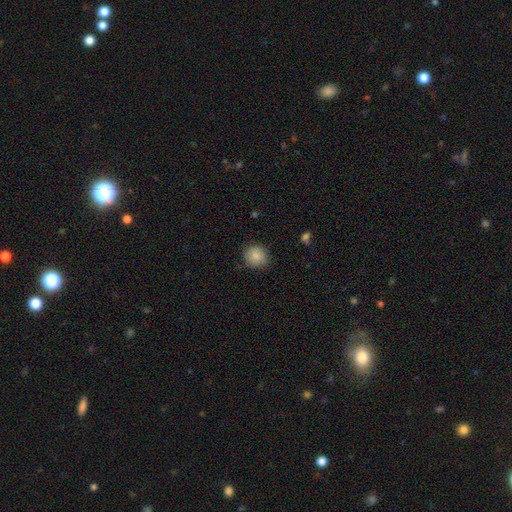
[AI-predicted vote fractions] Smooth or featured? Predicted: smooth (p=0.86). How rounded? Predicted: round (p=0.86). Merging? Predicted: none (p=0.79).